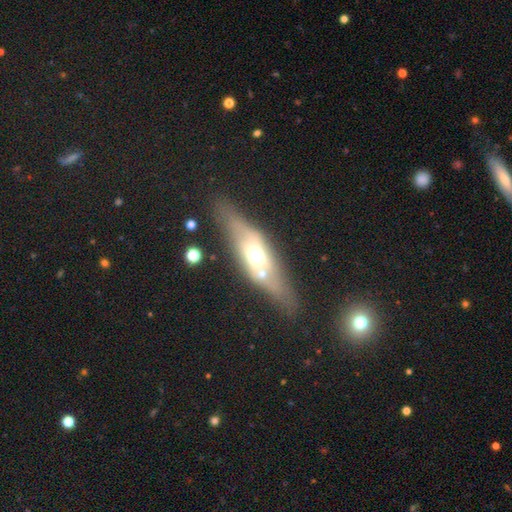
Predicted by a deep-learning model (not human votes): Q: Smooth or featured?
A: featured or disk (59%); runner-up: smooth (33%)
Q: Edge-on disk?
A: yes (68%); runner-up: no (32%)
Q: Merging?
A: none (66%); runner-up: minor disturbance (18%)